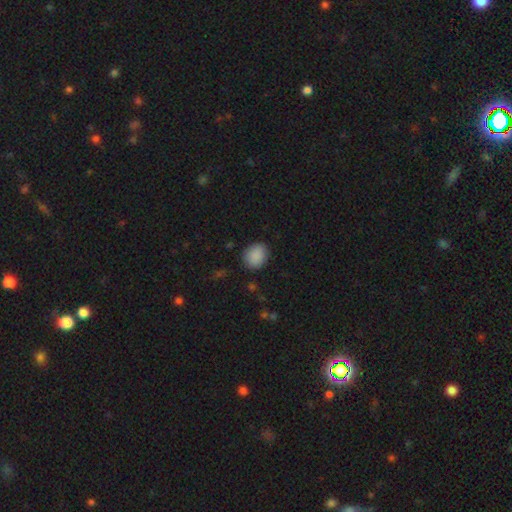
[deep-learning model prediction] A smooth galaxy with no disk features (89%) that is round (60%).

Vote fractions:
- Smooth or featured? smooth: 89% / star or artifact: 8% / featured or disk: 3%
- How rounded? round: 60% / in between: 39% / cigar-shaped: 1%
- Merging? none: 86% / minor disturbance: 10% / major disturbance: 3% / merger: 1%